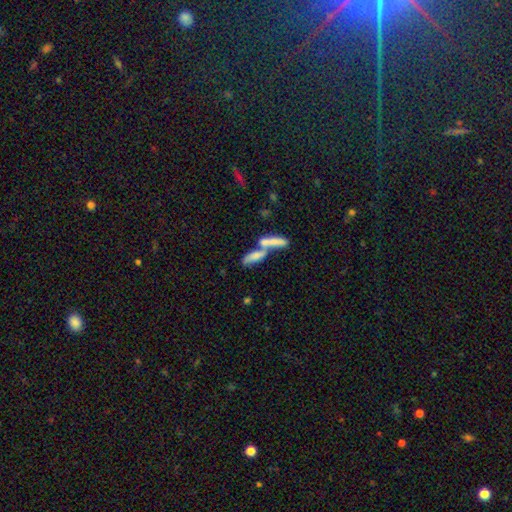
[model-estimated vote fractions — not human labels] Overall: smooth (66%). How rounded: cigar-shaped (55%; in between 41%). Merging: merger (68%).